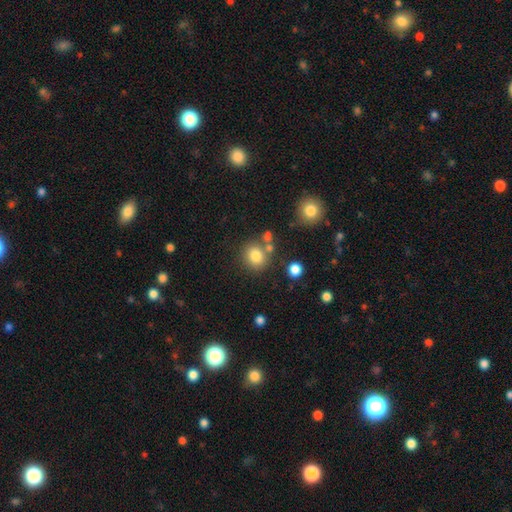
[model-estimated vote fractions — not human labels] This is likely a smooth galaxy (80%). How rounded: likely round (80%). Merging: likely none (70%).